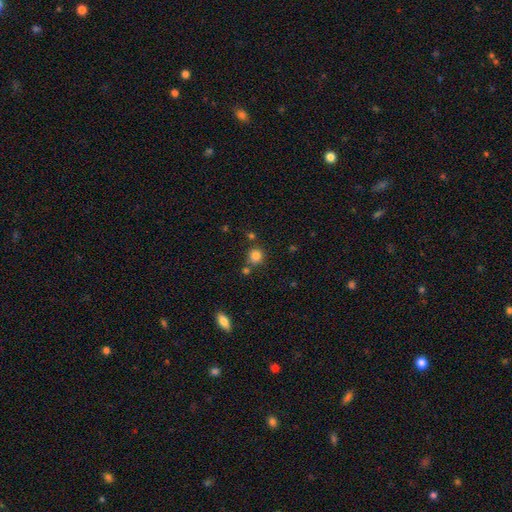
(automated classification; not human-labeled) Overall: smooth (82%). How rounded: round (90%). Merging: none (74%).